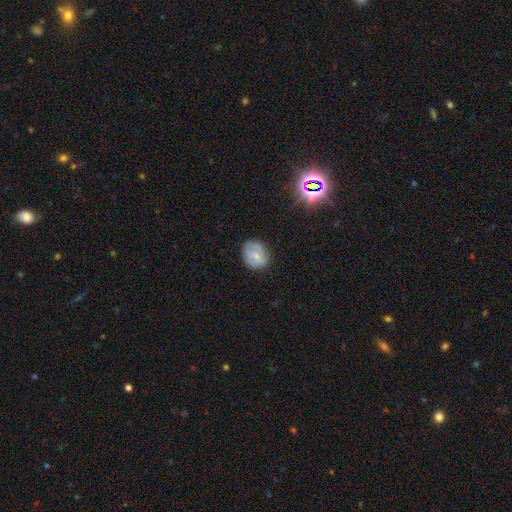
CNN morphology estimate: Q: Smooth or featured?
A: smooth (58%); runner-up: featured or disk (33%)
Q: How rounded?
A: round (65%); runner-up: in between (34%)
Q: Merging?
A: none (71%); runner-up: minor disturbance (21%)